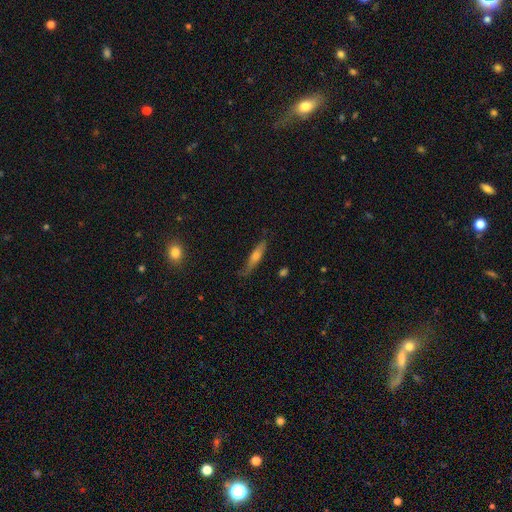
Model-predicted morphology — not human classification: Smooth or featured?
  - featured or disk: 50% *
  - smooth: 43%
  - star or artifact: 7%
Merging?
  - none: 77% *
  - minor disturbance: 18%
  - major disturbance: 4%
  - merger: 2%